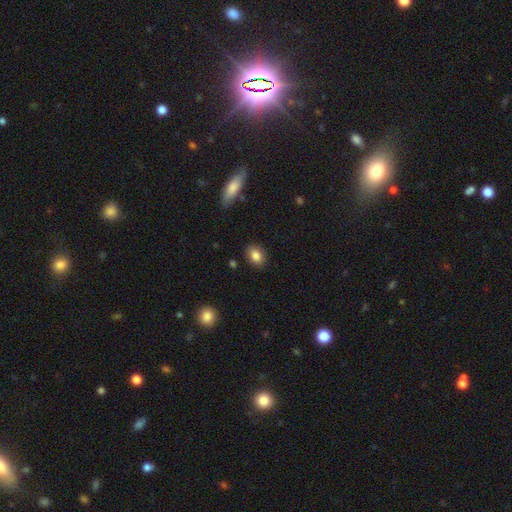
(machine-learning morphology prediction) Smooth or featured: smooth — 85% (star or artifact — 8%)
How rounded: in between — 73% (round — 25%)
Merging: none — 86% (minor disturbance — 10%)